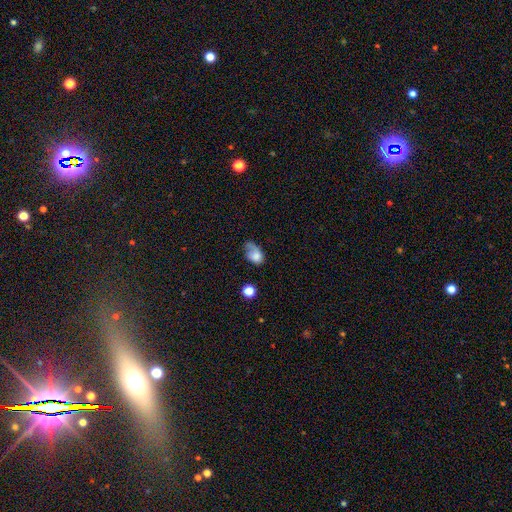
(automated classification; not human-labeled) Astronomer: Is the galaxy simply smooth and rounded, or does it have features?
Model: smooth — 67%.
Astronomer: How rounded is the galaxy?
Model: in between — 80%.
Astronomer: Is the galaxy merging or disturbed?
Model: major disturbance — 33% (runner-up: none, 30%).